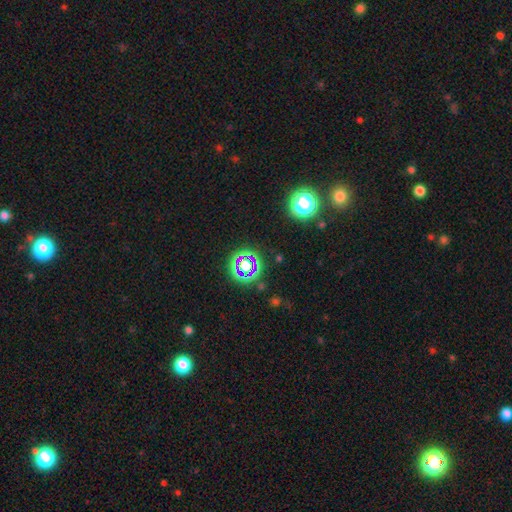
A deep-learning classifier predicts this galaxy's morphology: Smooth or featured: star or artifact — 69% (smooth — 23%)